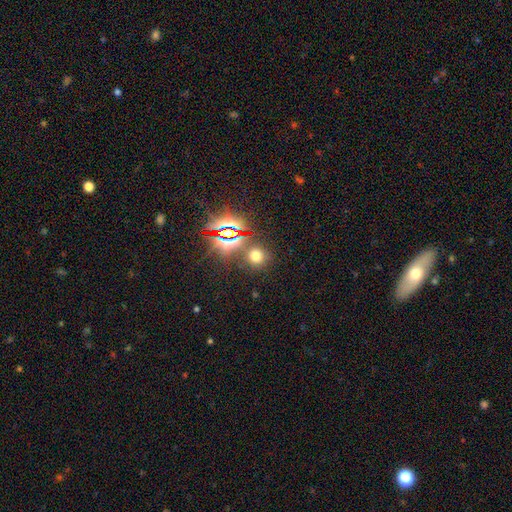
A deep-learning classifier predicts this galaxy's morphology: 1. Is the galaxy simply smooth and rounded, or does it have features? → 59% smooth, 33% star or artifact, 7% featured or disk.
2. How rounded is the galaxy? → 88% round, 11% in between, 1% cigar-shaped.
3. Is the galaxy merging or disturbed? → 81% none, 8% minor disturbance, 8% merger, 4% major disturbance.